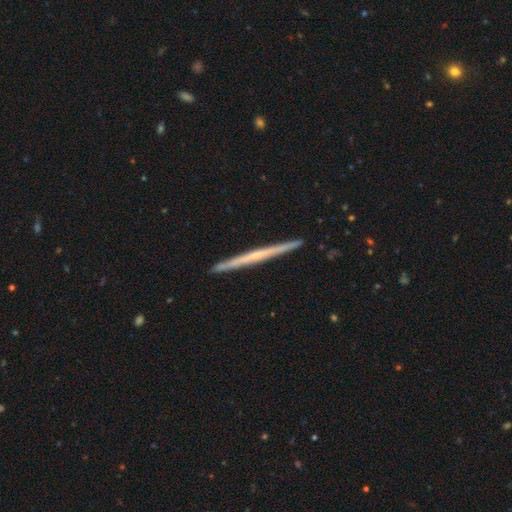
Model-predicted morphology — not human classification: A featured or disk galaxy (64%) viewed edge-on (98%) with no central bulge (77%).

Vote fractions:
- Smooth or featured? featured or disk: 64% / smooth: 30% / star or artifact: 6%
- Edge-on disk? yes: 98% / no: 2%
- Edge-on bulge? none: 77% / rounded: 18% / boxy: 5%
- Merging? none: 93% / minor disturbance: 5% / merger: 1% / major disturbance: 1%